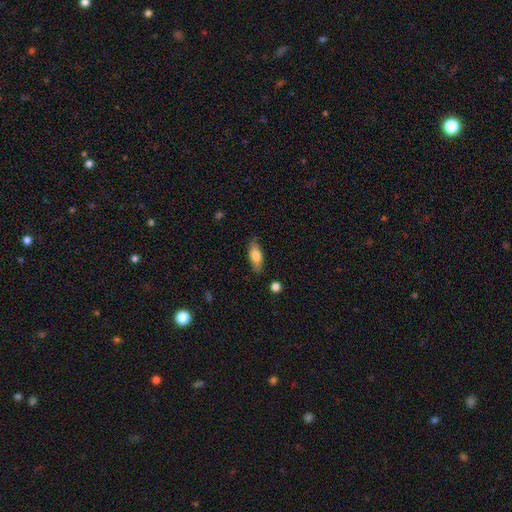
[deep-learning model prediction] smooth 75%, featured or disk 19%, star or artifact 7%. Down the decision tree: how rounded — in between (78%); merging — none (82%).